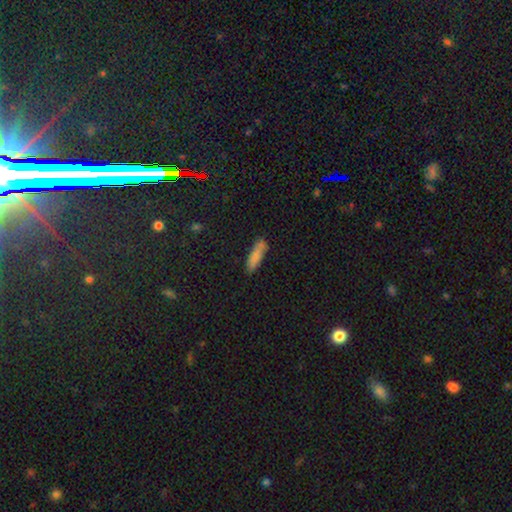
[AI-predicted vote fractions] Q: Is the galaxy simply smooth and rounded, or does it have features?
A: smooth — 82%.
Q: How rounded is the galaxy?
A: cigar-shaped — 66%.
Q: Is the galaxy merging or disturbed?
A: none — 72%.